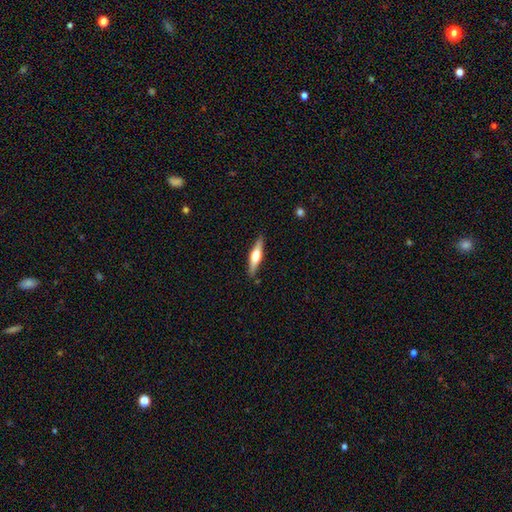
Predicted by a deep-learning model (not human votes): A featured or disk galaxy (58%) viewed edge-on (96%) with a rounded central bulge (93%).

Vote fractions:
- Smooth or featured? featured or disk: 58% / smooth: 37% / star or artifact: 5%
- Edge-on disk? yes: 96% / no: 4%
- Edge-on bulge? rounded: 93% / boxy: 4% / none: 2%
- Merging? none: 88% / minor disturbance: 9% / major disturbance: 2% / merger: 2%